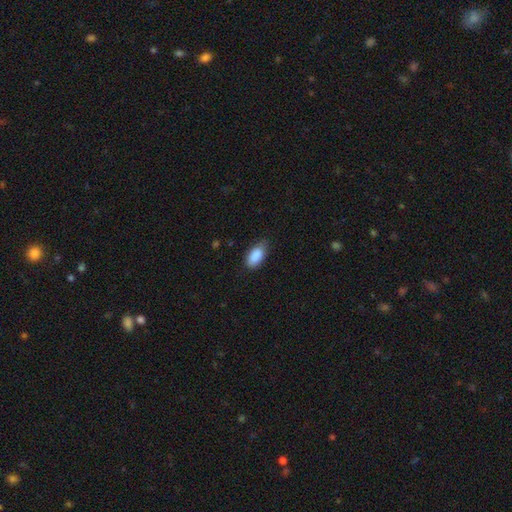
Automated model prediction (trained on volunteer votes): The model was most divided on "merging": none: 67%, minor disturbance: 27%, major disturbance: 5%, merger: 1%. More confident: how rounded — in between (93%); smooth or featured — smooth (88%).